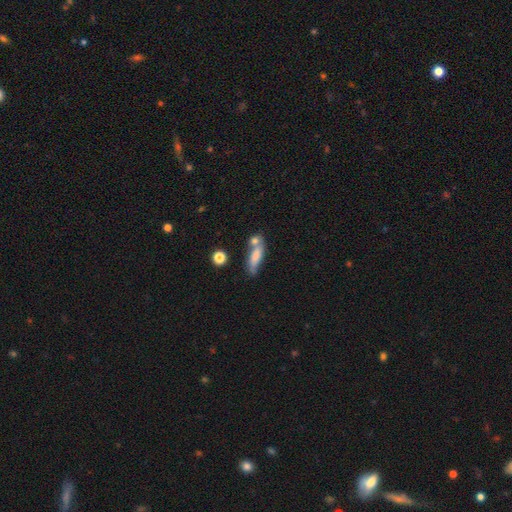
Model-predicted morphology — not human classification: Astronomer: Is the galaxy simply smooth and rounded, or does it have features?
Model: smooth — 69%.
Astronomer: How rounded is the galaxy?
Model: cigar-shaped — 54% (runner-up: in between, 42%).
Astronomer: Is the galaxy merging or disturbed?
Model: none — 47% (runner-up: merger, 29%).